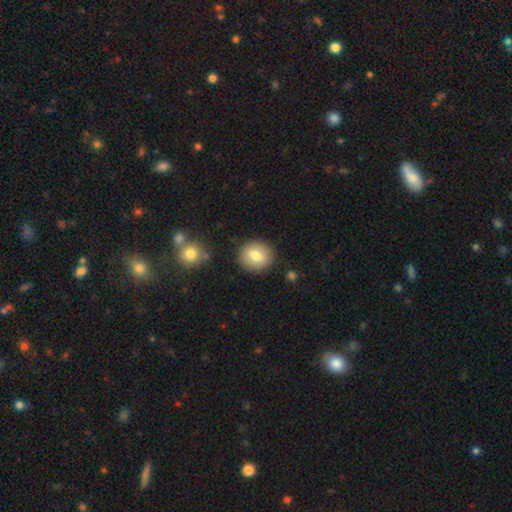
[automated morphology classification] Overall: smooth (77%). How rounded: round (75%). Merging: none (87%).